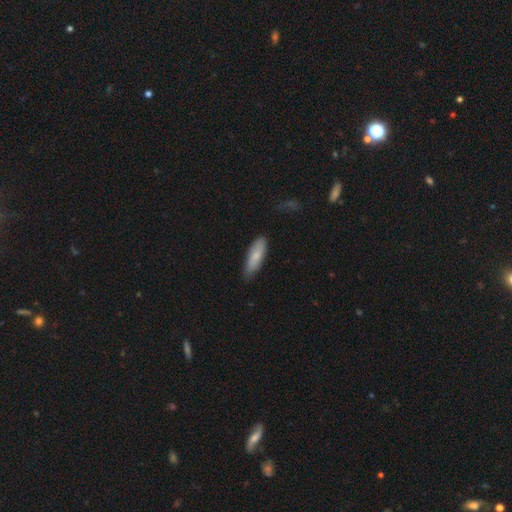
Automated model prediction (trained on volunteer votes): smooth 77%, featured or disk 17%, star or artifact 6%. Down the decision tree: how rounded — in between (52%); merging — none (80%).